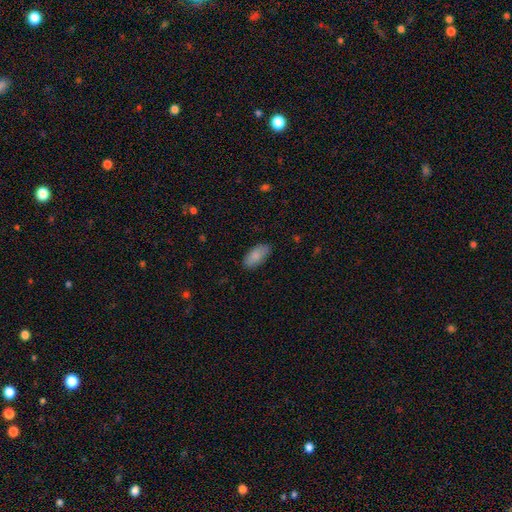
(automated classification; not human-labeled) Q: Smooth or featured?
A: smooth (86%); runner-up: featured or disk (8%)
Q: How rounded?
A: in between (92%); runner-up: cigar-shaped (6%)
Q: Merging?
A: none (85%); runner-up: minor disturbance (12%)